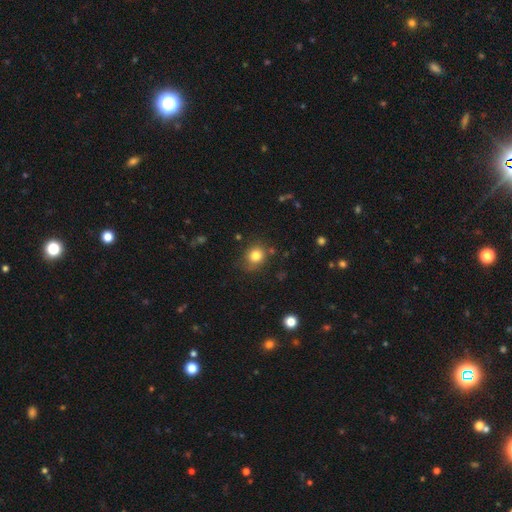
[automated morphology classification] Q: Smooth or featured?
A: smooth (81%); runner-up: star or artifact (12%)
Q: How rounded?
A: round (80%); runner-up: in between (20%)
Q: Merging?
A: none (81%); runner-up: minor disturbance (13%)